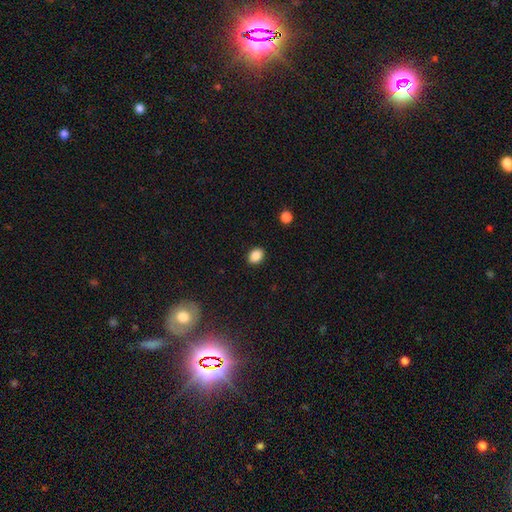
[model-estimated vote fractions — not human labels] smooth 87%, star or artifact 9%, featured or disk 4%. Down the decision tree: how rounded — in between (67%); merging — none (89%).